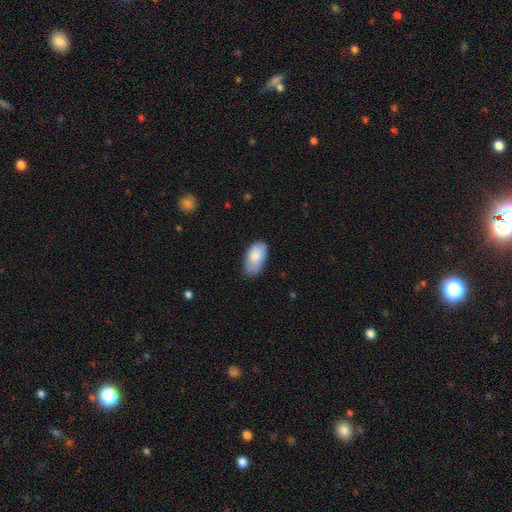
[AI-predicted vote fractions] Morphology: type=smooth (84%); roundness=in between (95%); merging=none (68%).